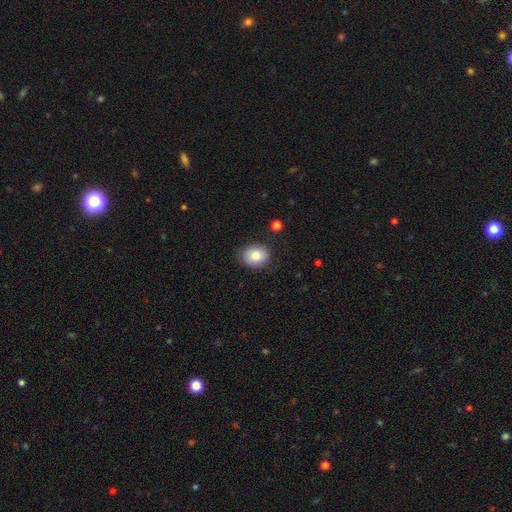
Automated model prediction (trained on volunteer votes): The model was most divided on "how rounded": round: 59%, in between: 40%, cigar-shaped: 1%. More confident: merging — none (86%); smooth or featured — smooth (83%).